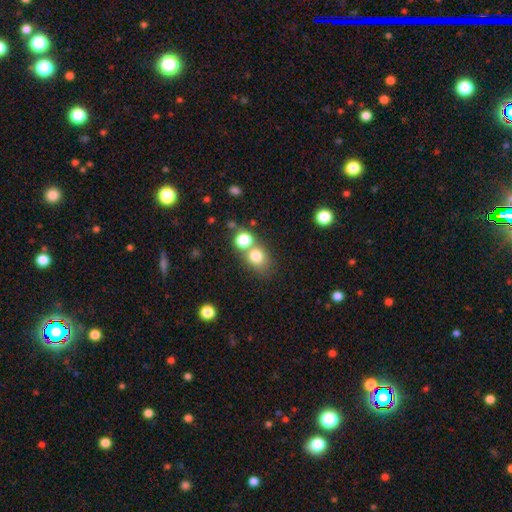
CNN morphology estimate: This appears to be a smooth galaxy with no disk features (77%) that is round (63%). Merging: none (47%).